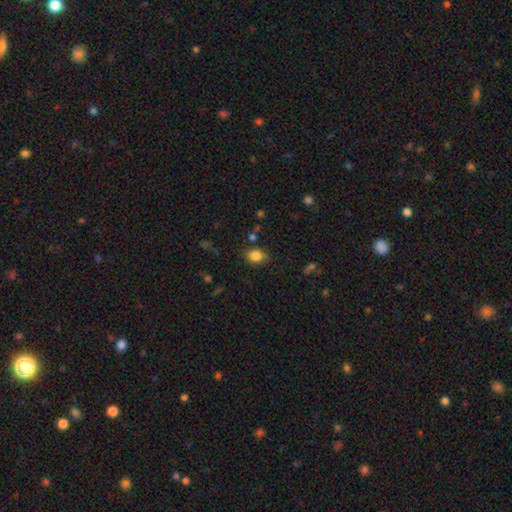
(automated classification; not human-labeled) smooth-or-featured: smooth: 84% | star or artifact: 10% | featured or disk: 6%
  how-rounded: in between: 54% | round: 45% | cigar-shaped: 1%
  merging: none: 77% | minor disturbance: 16% | major disturbance: 4% | merger: 3%